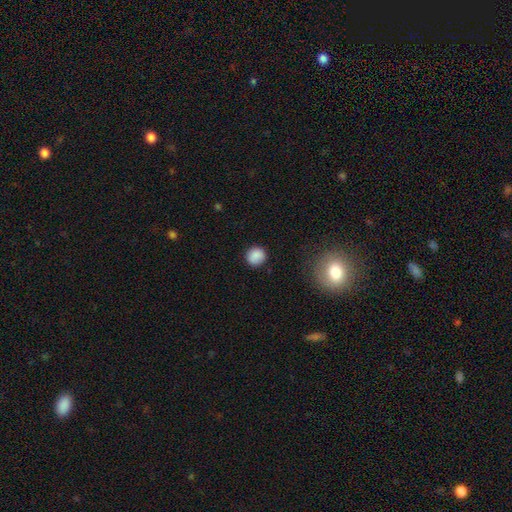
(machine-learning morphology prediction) smooth_or_featured: smooth (p=0.86) [alt: star or artifact p=0.10]
how_rounded: round (p=0.89) [alt: in between p=0.10]
merging: none (p=0.88) [alt: minor disturbance p=0.09]